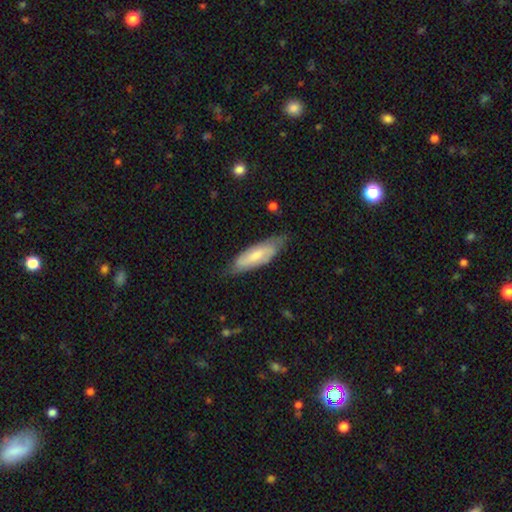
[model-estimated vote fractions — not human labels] smooth 56%, featured or disk 38%, star or artifact 6%. Down the decision tree: how rounded — in between (56%); merging — none (68%).